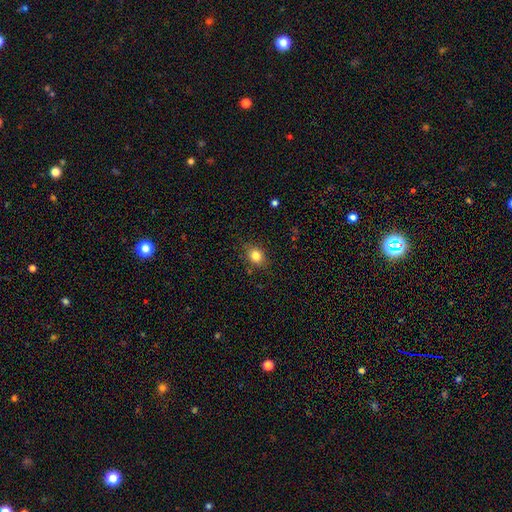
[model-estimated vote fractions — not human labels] Smooth or featured? smooth (81%)
How rounded? round (56%)
Merging? none (86%)